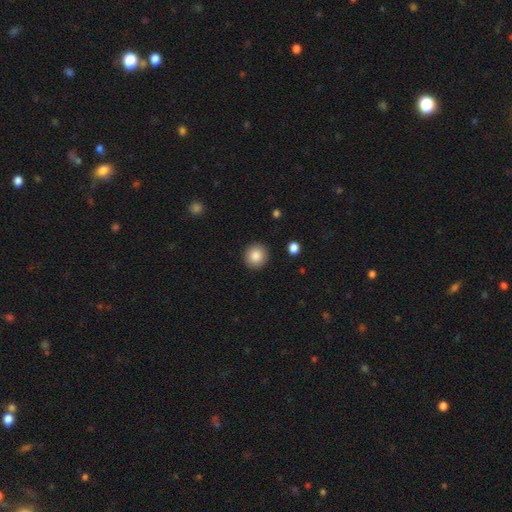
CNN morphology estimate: This appears to be a smooth galaxy with no disk features (86%) that is round (91%). Merging: none (91%).